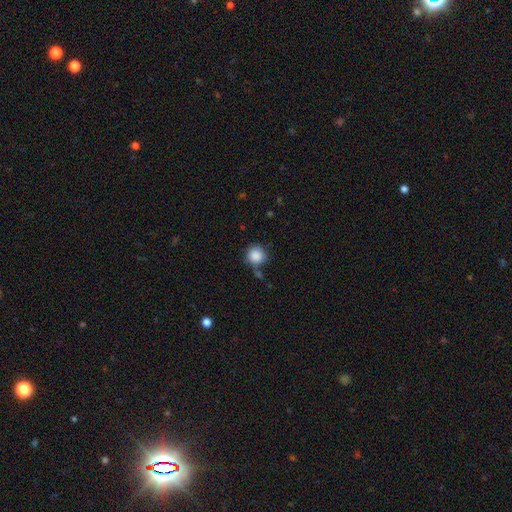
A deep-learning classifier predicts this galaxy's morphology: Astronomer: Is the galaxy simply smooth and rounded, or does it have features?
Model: smooth — 88%.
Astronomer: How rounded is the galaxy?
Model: round — 92%.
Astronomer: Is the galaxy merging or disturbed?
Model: none — 69%.